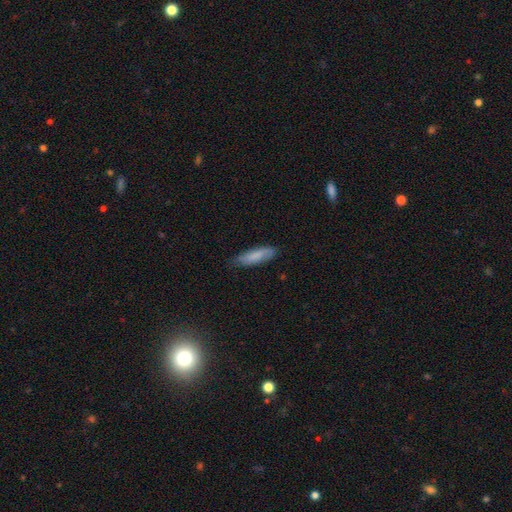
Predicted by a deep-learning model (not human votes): The model was most divided on "how rounded": cigar-shaped: 60%, in between: 39%, round: 2%. More confident: smooth or featured — smooth (78%); merging — none (76%).